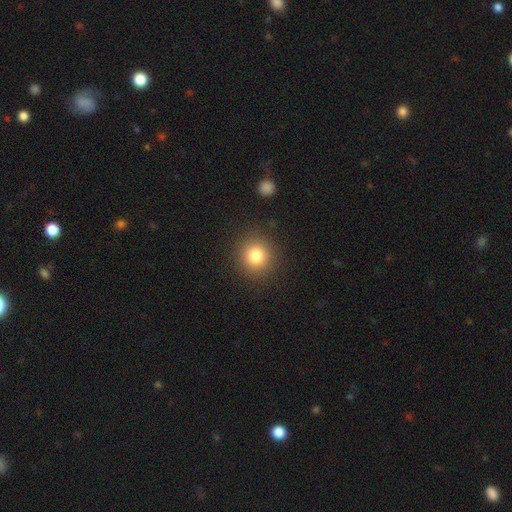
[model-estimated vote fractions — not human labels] Overall: smooth (82%). How rounded: round (92%). Merging: none (89%).